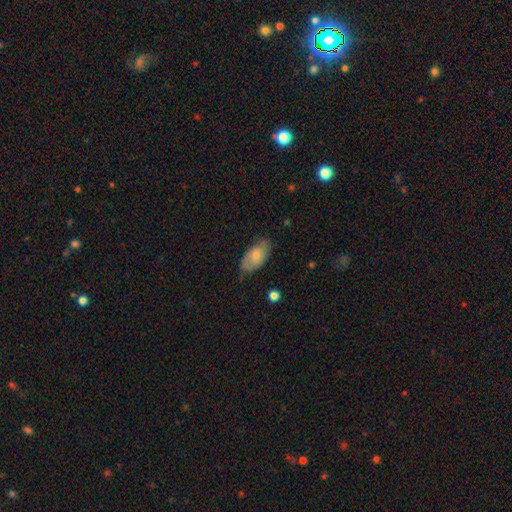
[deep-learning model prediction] Overall: smooth (56%; featured or disk 38%). How rounded: in between (93%). Merging: none (65%; minor disturbance 27%).